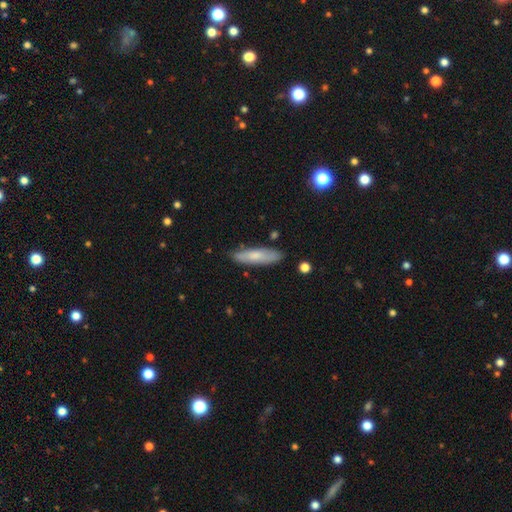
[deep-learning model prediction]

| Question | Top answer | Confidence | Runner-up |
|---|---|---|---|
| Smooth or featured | smooth | 68% | featured or disk (26%) |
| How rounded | cigar-shaped | 69% | in between (29%) |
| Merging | none | 81% | minor disturbance (14%) |